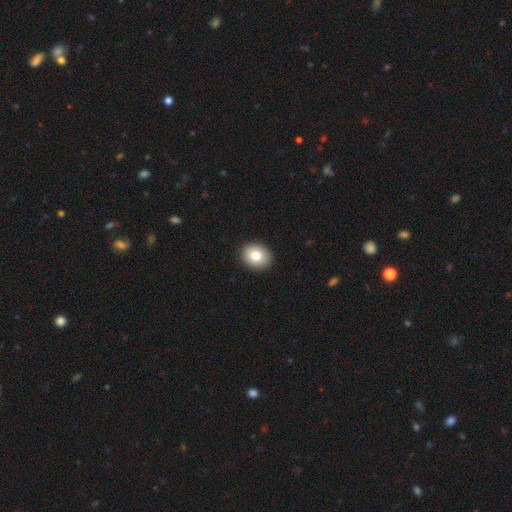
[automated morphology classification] A smooth galaxy with no disk features (82%) that is round (59%). Merging: none (91%).